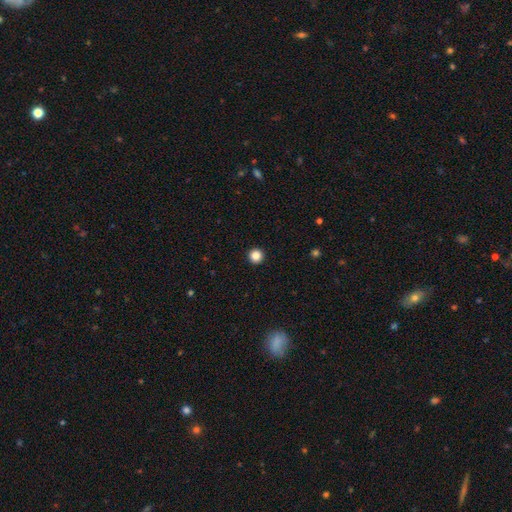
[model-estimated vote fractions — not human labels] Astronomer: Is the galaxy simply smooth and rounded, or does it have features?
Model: smooth — 86%.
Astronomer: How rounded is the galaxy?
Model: round — 96%.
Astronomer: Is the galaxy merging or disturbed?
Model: none — 94%.